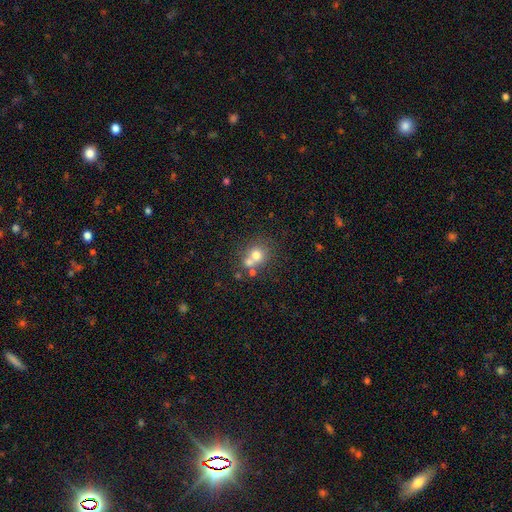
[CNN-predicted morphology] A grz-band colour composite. It shows a smooth galaxy with no disk features (68%) that is round (81%). Merging: none (45%).